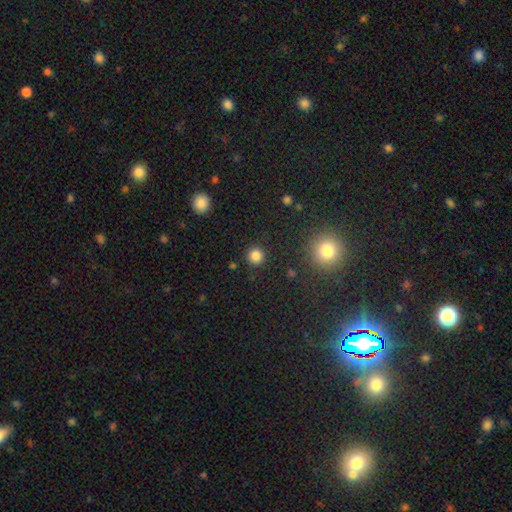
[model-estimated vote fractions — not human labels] smooth 83%, star or artifact 13%, featured or disk 4%. Down the decision tree: how rounded — round (93%); merging — none (90%).